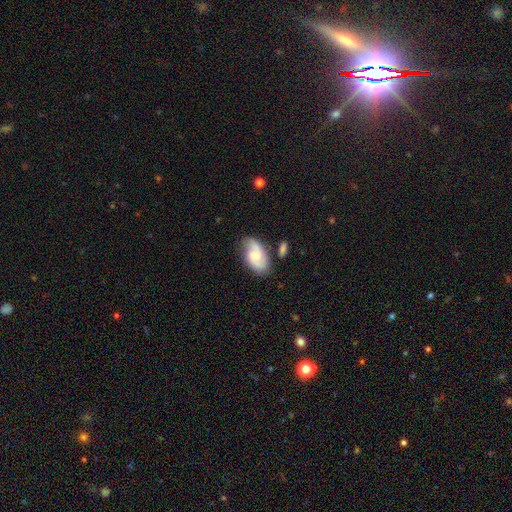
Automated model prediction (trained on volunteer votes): A featured or disk galaxy (56%) with no bar (63%), spiral arms (86%) and a moderate central bulge (50%). Merging: none (65%).